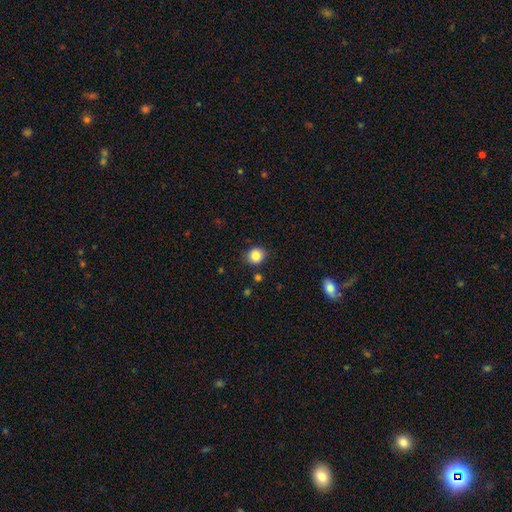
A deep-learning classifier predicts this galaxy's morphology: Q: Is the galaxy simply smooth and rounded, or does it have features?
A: smooth — 85%.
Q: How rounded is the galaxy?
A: round — 86%.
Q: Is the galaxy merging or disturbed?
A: none — 87%.